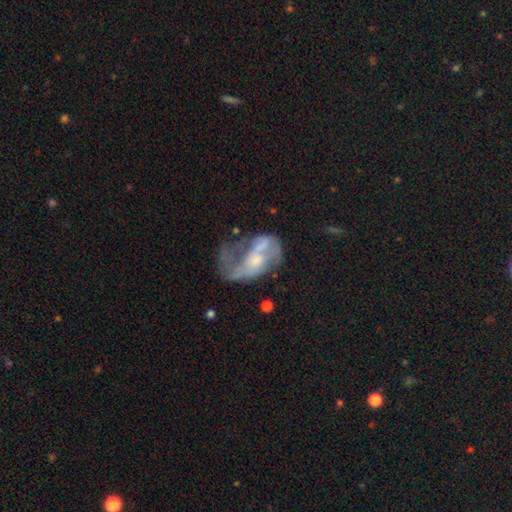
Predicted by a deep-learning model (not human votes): featured or disk 73%, smooth 16%, star or artifact 10%. Down the decision tree: edge-on disk — no (95%); bar — no (55%); spiral arms — yes (72%); spiral arm count — 2 (64%); spiral winding — loose (52%); bulge size — small (48%); merging — major disturbance (38%).